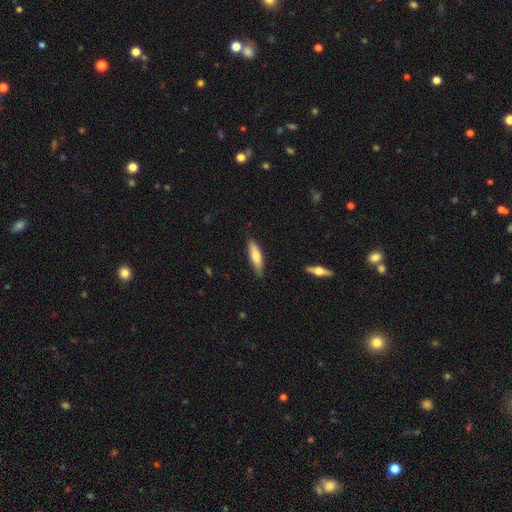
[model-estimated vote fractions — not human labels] Smooth or featured? Predicted: smooth (p=0.71). How rounded? Predicted: cigar-shaped (p=0.63). Merging? Predicted: none (p=0.81).